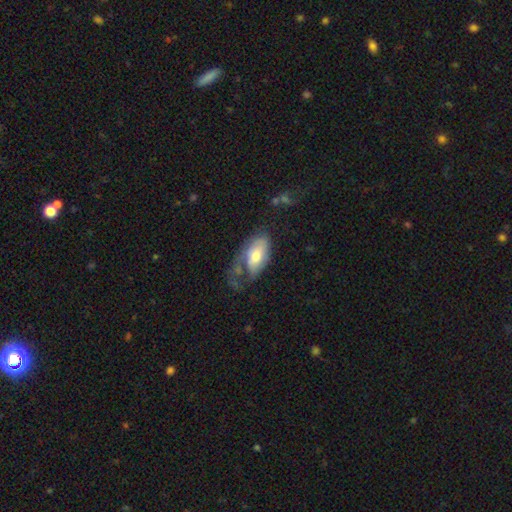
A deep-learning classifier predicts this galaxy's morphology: Smooth or featured? Predicted: smooth (p=0.52). How rounded? Predicted: in between (p=0.91). Merging? Predicted: major disturbance (p=0.44).